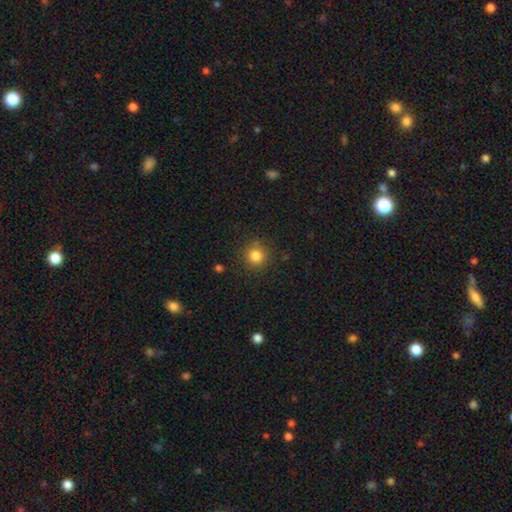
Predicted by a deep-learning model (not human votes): A smooth galaxy with no disk features (82%) that is round (93%).

Vote fractions:
- Smooth or featured? smooth: 82% / star or artifact: 12% / featured or disk: 5%
- How rounded? round: 93% / in between: 6% / cigar-shaped: 1%
- Merging? none: 88% / minor disturbance: 8% / major disturbance: 3% / merger: 1%